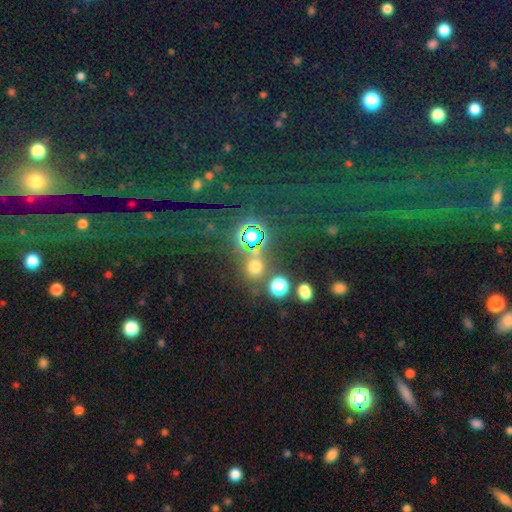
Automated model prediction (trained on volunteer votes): Q: Smooth or featured?
A: star or artifact (61%); runner-up: smooth (31%)